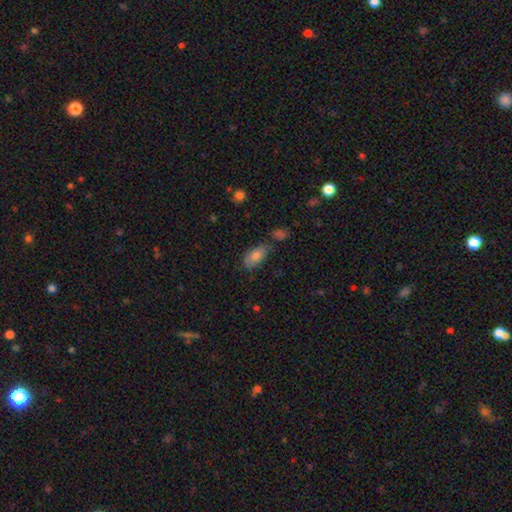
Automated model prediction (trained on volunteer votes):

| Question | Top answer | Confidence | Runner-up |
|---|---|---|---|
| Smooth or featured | smooth | 77% | featured or disk (13%) |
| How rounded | in between | 90% | cigar-shaped (6%) |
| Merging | none | 66% | minor disturbance (18%) |